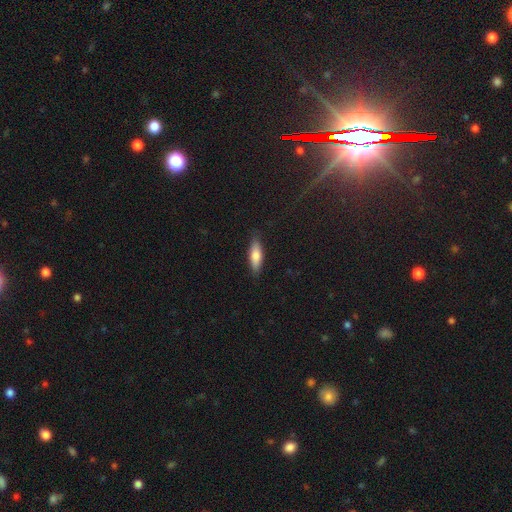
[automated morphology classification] Q: Smooth or featured?
A: smooth (74%); runner-up: featured or disk (19%)
Q: How rounded?
A: in between (53%); runner-up: cigar-shaped (45%)
Q: Merging?
A: none (85%); runner-up: minor disturbance (11%)